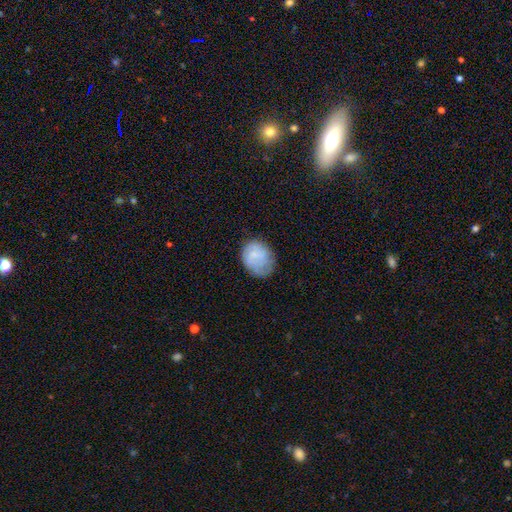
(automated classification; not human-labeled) A smooth galaxy with no disk features (63%) that is round (57%).

Vote fractions:
- Smooth or featured? smooth: 63% / featured or disk: 29% / star or artifact: 7%
- How rounded? round: 57% / in between: 43% / cigar-shaped: 1%
- Merging? none: 56% / minor disturbance: 31% / major disturbance: 12% / merger: 1%